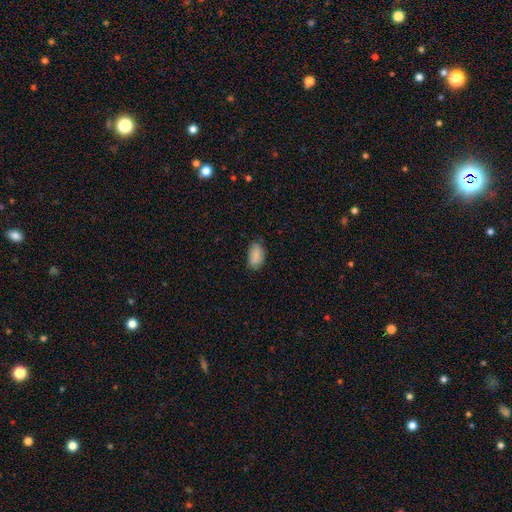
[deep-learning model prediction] smooth_or_featured: smooth (p=0.87) [alt: star or artifact p=0.07]
how_rounded: in between (p=0.93) [alt: round p=0.05]
merging: none (p=0.73) [alt: minor disturbance p=0.22]